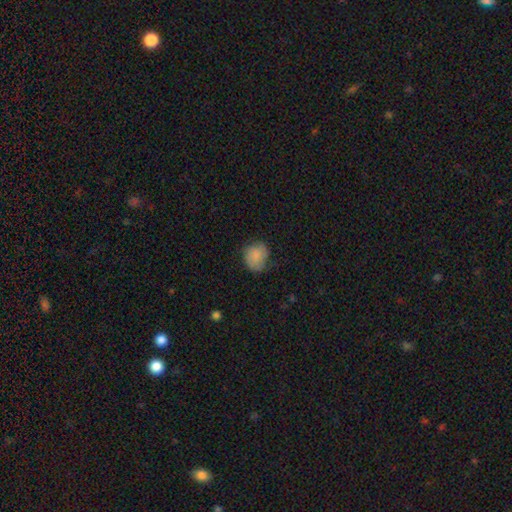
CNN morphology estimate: Smooth or featured? smooth (80%)
How rounded? round (67%)
Merging? none (64%)